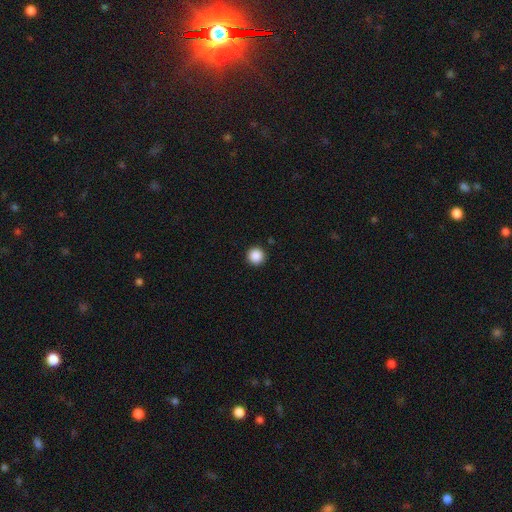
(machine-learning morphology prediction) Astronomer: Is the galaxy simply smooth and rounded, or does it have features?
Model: smooth — 88%.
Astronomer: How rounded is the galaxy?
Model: round — 97%.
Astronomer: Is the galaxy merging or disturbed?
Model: none — 93%.